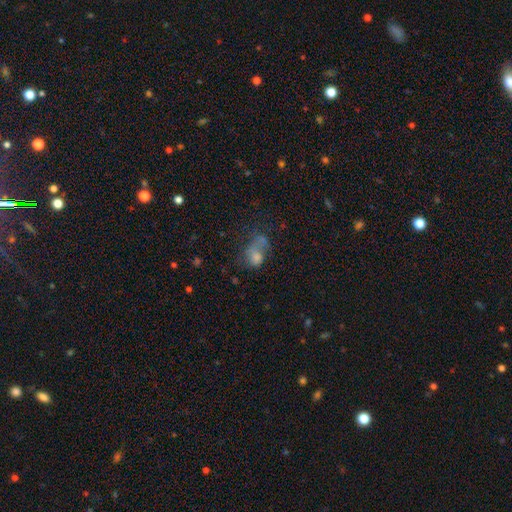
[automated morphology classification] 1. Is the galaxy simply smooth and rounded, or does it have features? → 67% smooth, 20% featured or disk, 13% star or artifact.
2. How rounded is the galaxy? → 64% in between, 34% round, 2% cigar-shaped.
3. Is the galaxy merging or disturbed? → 31% major disturbance, 30% merger, 23% none, 17% minor disturbance.